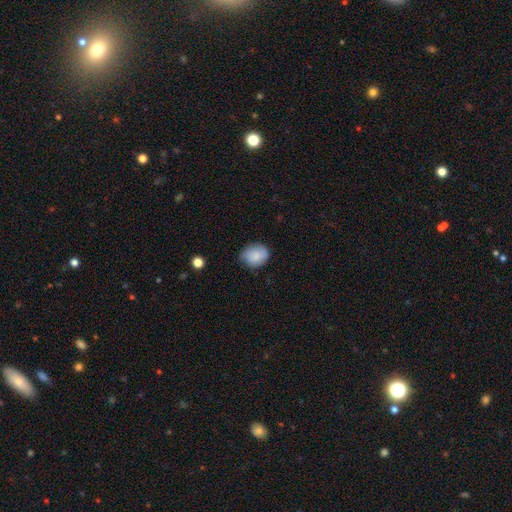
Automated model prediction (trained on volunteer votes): Smooth or featured?
  - smooth: 83% *
  - featured or disk: 10%
  - star or artifact: 7%
How rounded?
  - round: 58% *
  - in between: 41%
  - cigar-shaped: 1%
Merging?
  - none: 66% *
  - minor disturbance: 28%
  - major disturbance: 5%
  - merger: 1%